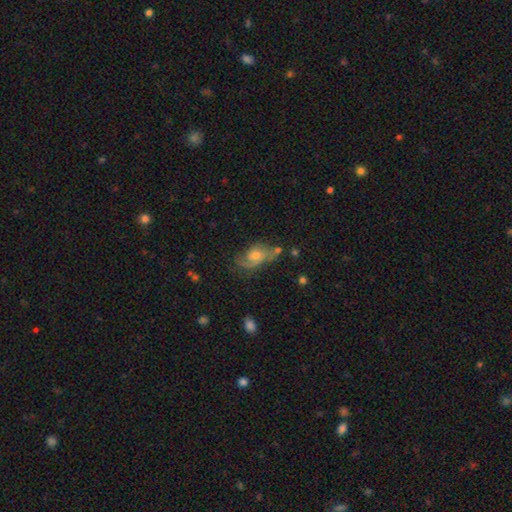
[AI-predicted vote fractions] Smooth or featured?
  - featured or disk: 57% *
  - smooth: 32%
  - star or artifact: 11%
Edge-on disk?
  - no: 93% *
  - yes: 7%
Bar?
  - no: 70% *
  - weak: 25%
  - strong: 5%
Spiral arms?
  - yes: 79% *
  - no: 21%
Bulge size?
  - moderate: 54% *
  - small: 35%
  - large: 6%
  - none: 3%
  - dominant: 1%
Merging?
  - none: 48% *
  - minor disturbance: 27%
  - major disturbance: 17%
  - merger: 7%